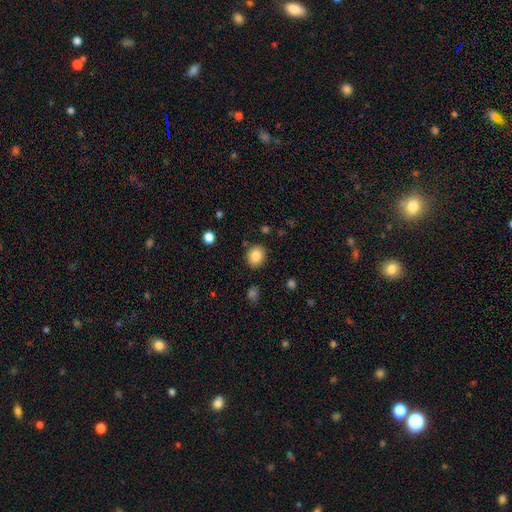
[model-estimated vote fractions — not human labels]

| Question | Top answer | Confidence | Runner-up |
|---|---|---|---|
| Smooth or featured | smooth | 84% | star or artifact (9%) |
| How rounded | round | 65% | in between (34%) |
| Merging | none | 87% | minor disturbance (9%) |